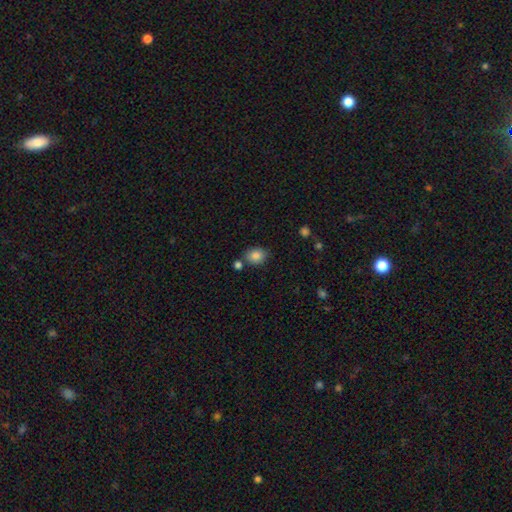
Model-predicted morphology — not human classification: smooth 85%, star or artifact 9%, featured or disk 6%. Down the decision tree: how rounded — in between (53%); merging — none (73%).